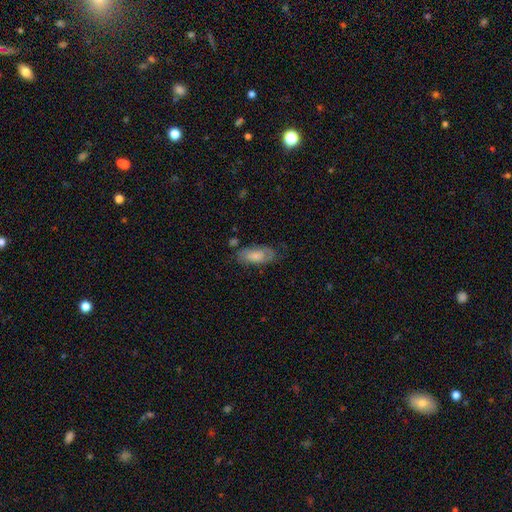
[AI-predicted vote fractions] Smooth or featured? Predicted: smooth (p=0.53). How rounded? Predicted: in between (p=0.88). Merging? Predicted: none (p=0.62).